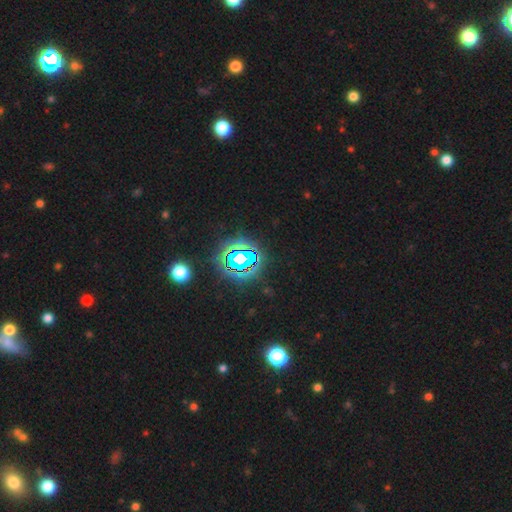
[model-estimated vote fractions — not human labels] Q: Smooth or featured?
A: star or artifact (81%); runner-up: smooth (12%)